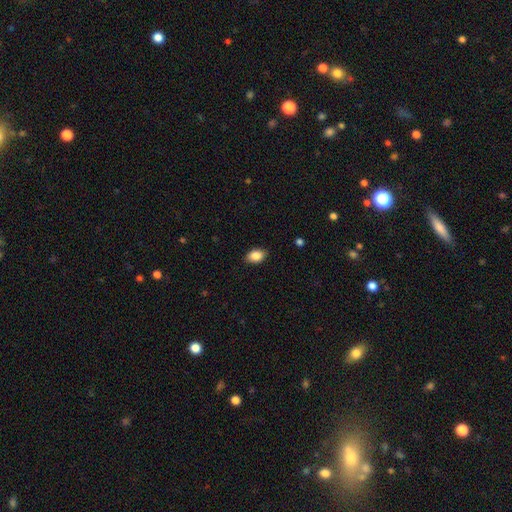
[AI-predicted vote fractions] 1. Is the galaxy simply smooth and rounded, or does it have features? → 88% smooth, 8% star or artifact, 5% featured or disk.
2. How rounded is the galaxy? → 86% in between, 13% round, 1% cigar-shaped.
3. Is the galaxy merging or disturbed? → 85% none, 11% minor disturbance, 2% major disturbance, 1% merger.